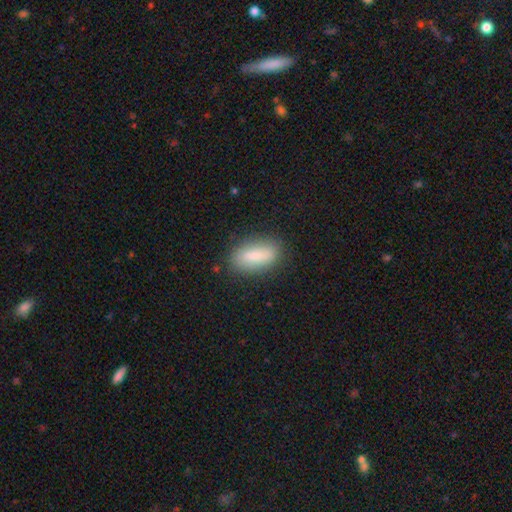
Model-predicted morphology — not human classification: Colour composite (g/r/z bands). It shows a smooth galaxy with no disk features (82%) that is in between round and cigar-shaped (83%). Merging: none (81%).